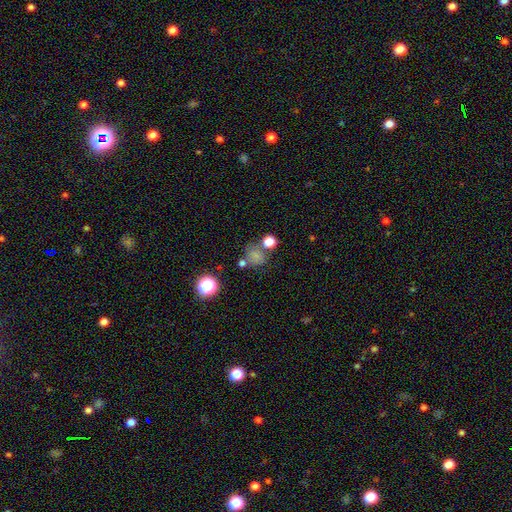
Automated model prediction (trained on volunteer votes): Overall: smooth (71%). How rounded: round (76%). Merging: none (57%; merger 20%).